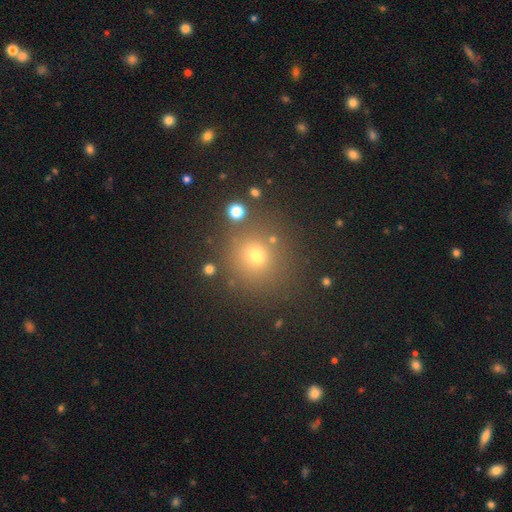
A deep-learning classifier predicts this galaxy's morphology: Q: Smooth or featured?
A: smooth (67%); runner-up: star or artifact (24%)
Q: How rounded?
A: round (87%); runner-up: in between (12%)
Q: Merging?
A: none (79%); runner-up: minor disturbance (10%)